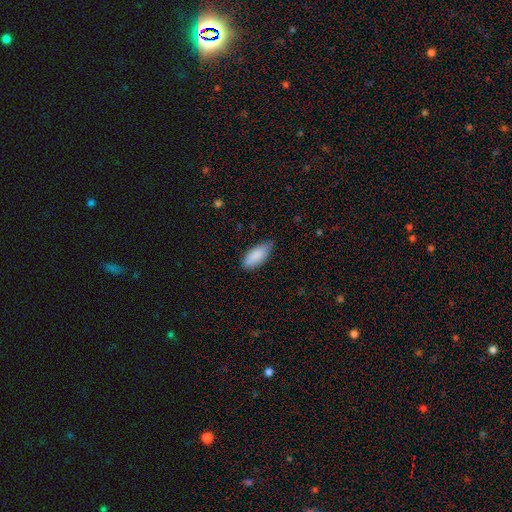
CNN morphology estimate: Smooth or featured?
  - smooth: 88% *
  - star or artifact: 6%
  - featured or disk: 6%
How rounded?
  - in between: 87% *
  - cigar-shaped: 12%
  - round: 2%
Merging?
  - none: 65% *
  - minor disturbance: 29%
  - major disturbance: 4%
  - merger: 1%